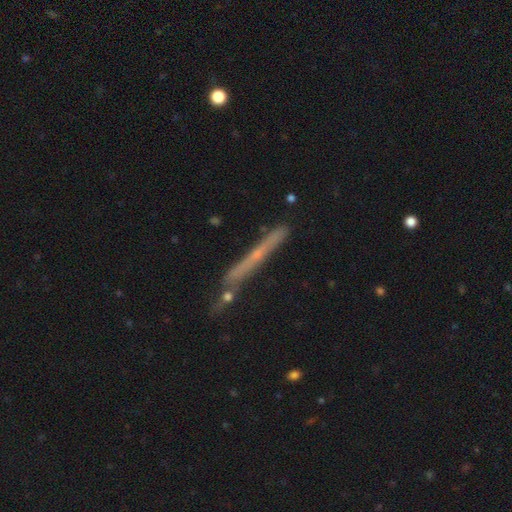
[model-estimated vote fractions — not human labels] Smooth or featured: featured or disk — 58% (smooth — 32%)
Edge-on disk: yes — 94% (no — 6%)
Edge-on bulge: none — 69% (rounded — 26%)
Merging: none — 77% (minor disturbance — 14%)